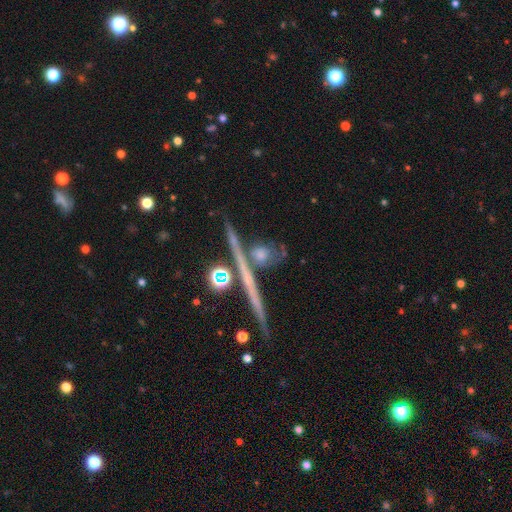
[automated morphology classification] smooth-or-featured: featured or disk: 54% | smooth: 28% | star or artifact: 18%
  disk-edge-on: yes: 87% | no: 13%
  merging: none: 71% | merger: 14% | minor disturbance: 10% | major disturbance: 5%